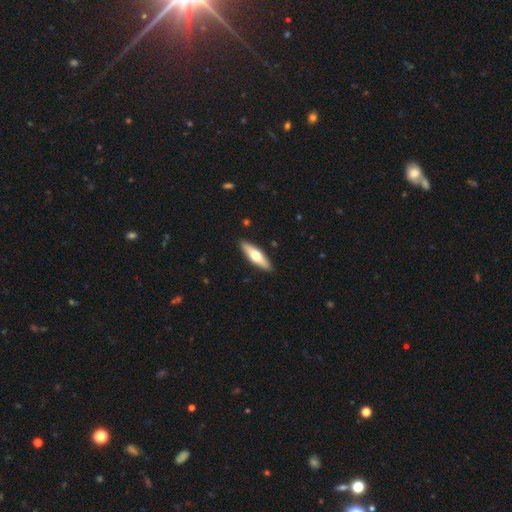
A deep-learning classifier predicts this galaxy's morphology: Smooth or featured? smooth (52%)
How rounded? cigar-shaped (61%)
Merging? none (90%)